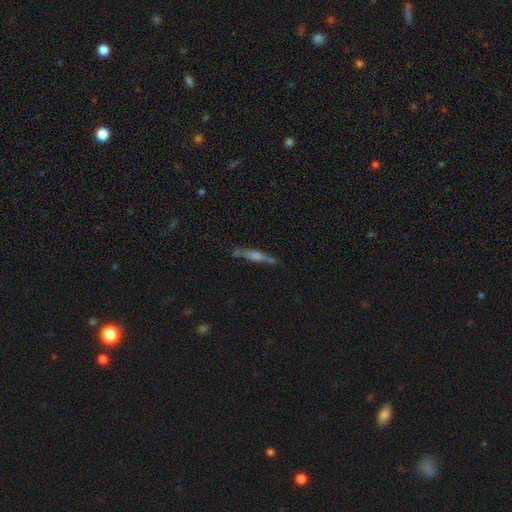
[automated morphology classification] Q: Smooth or featured?
A: featured or disk (64%); runner-up: smooth (27%)
Q: Edge-on disk?
A: yes (94%); runner-up: no (6%)
Q: Edge-on bulge?
A: rounded (63%); runner-up: boxy (20%)
Q: Merging?
A: none (81%); runner-up: minor disturbance (14%)